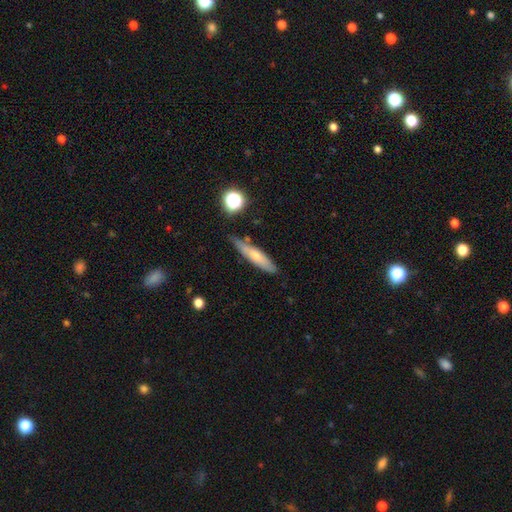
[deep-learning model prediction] A smooth galaxy with no disk features (59%) that is cigar-shaped (82%). Merging: none (74%).